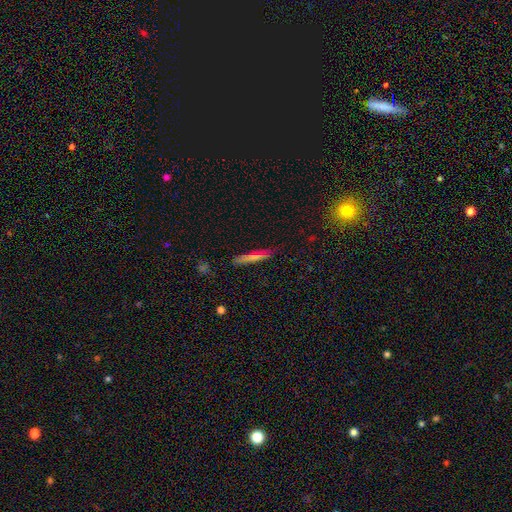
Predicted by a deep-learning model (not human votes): This appears to be a smooth galaxy with no disk features (64%) that is cigar-shaped (90%). Merging: none (84%).